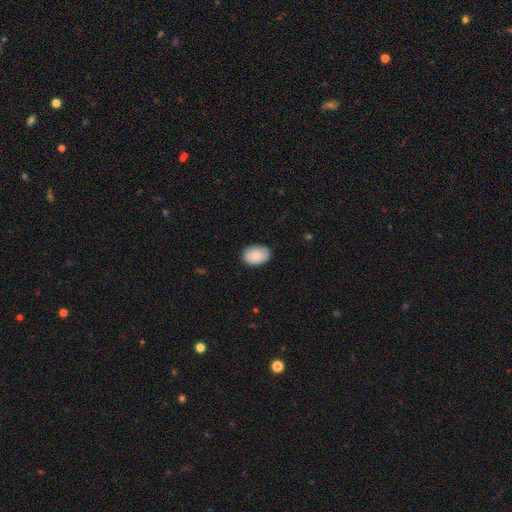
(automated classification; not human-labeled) This is clearly a smooth galaxy (87%). How rounded: clearly in between (83%). Merging: clearly none (82%).